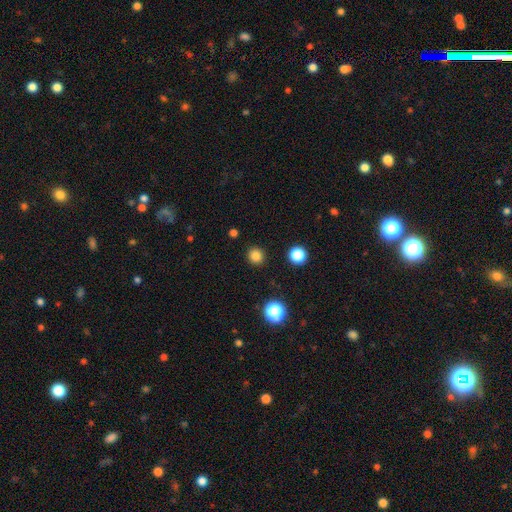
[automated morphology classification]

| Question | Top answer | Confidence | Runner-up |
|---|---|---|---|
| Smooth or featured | smooth | 83% | star or artifact (14%) |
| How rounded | round | 92% | in between (7%) |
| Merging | none | 91% | minor disturbance (5%) |